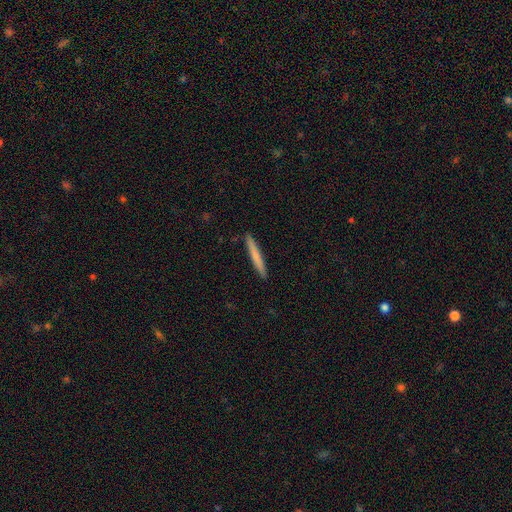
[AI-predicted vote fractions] smooth_or_featured: smooth (p=0.71) [alt: featured or disk p=0.24]
how_rounded: cigar-shaped (p=0.96) [alt: in between p=0.02]
merging: none (p=0.93) [alt: minor disturbance p=0.05]